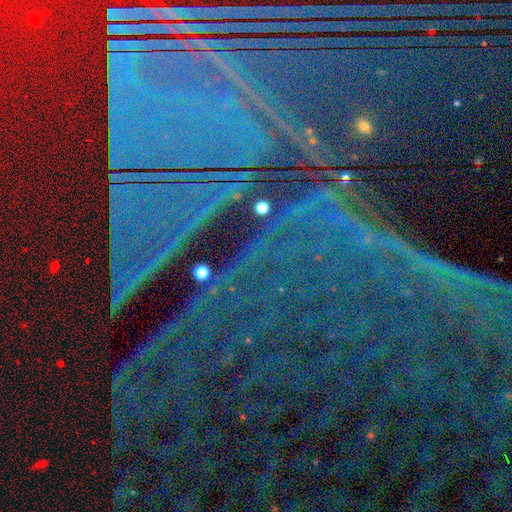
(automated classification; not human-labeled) Smooth or featured?
  - star or artifact: 89% *
  - featured or disk: 6%
  - smooth: 5%